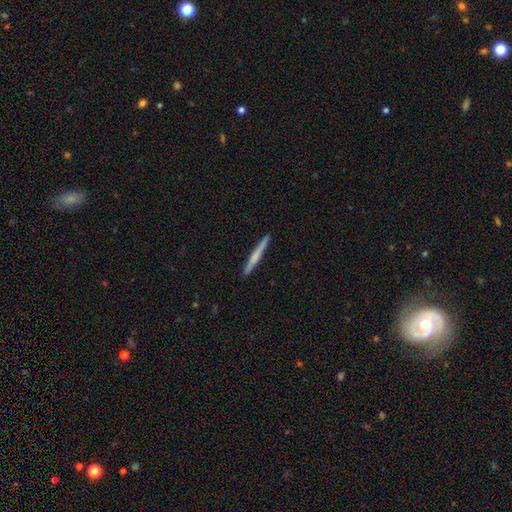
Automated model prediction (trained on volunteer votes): This appears to be a smooth galaxy with no disk features (56%) that is cigar-shaped (97%). Merging: none (92%).